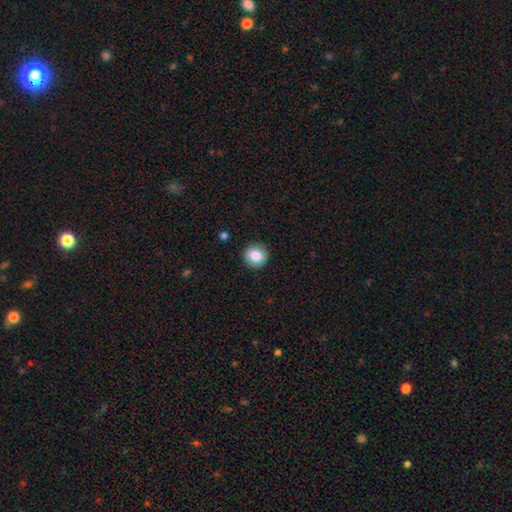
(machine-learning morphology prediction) A smooth galaxy with no disk features (84%) that is round (90%). Merging: none (91%).